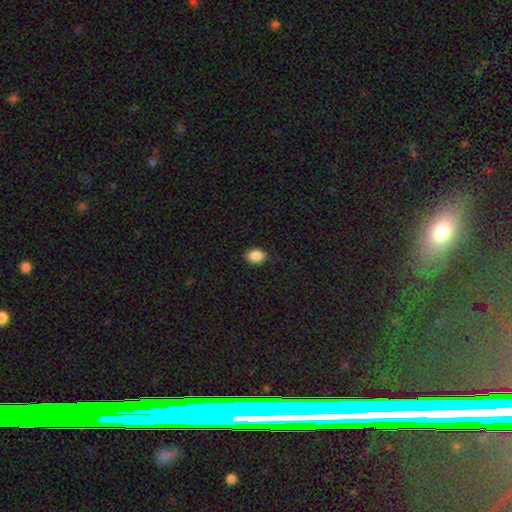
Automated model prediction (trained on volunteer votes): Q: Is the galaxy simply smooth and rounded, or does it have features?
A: smooth — 87%.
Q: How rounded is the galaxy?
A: in between — 82%.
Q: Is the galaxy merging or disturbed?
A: none — 83%.